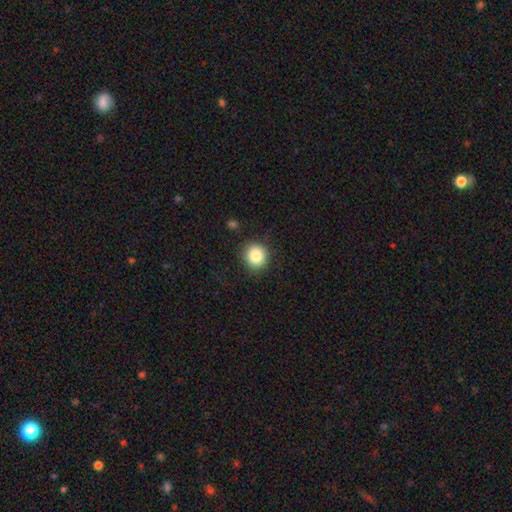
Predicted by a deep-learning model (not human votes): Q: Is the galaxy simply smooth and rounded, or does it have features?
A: smooth — 85%.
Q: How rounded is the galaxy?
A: round — 88%.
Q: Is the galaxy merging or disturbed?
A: none — 87%.